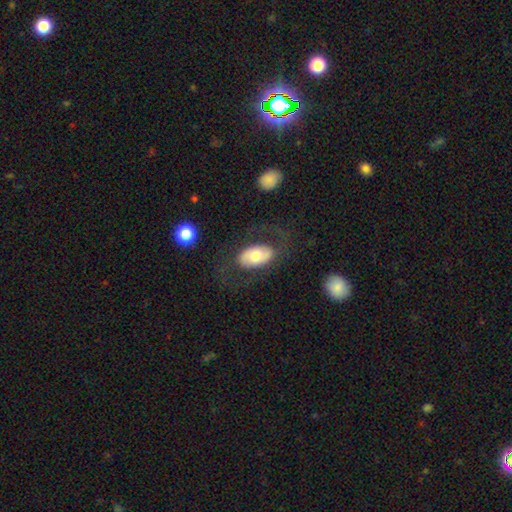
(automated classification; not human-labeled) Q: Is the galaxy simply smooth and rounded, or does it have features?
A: smooth — 51%.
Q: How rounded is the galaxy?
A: in between — 93%.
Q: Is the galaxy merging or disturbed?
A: none — 71%.